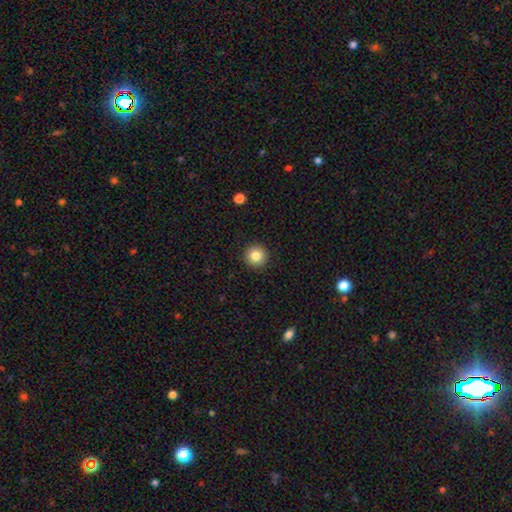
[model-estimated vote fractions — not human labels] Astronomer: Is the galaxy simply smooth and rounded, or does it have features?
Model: smooth — 83%.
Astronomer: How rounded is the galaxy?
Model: round — 96%.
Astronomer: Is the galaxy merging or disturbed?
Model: none — 93%.